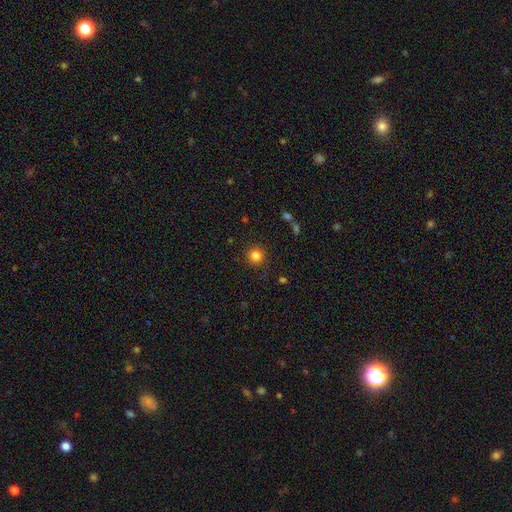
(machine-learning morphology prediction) This is clearly a smooth galaxy (83%). How rounded: clearly round (94%). Merging: clearly none (87%).